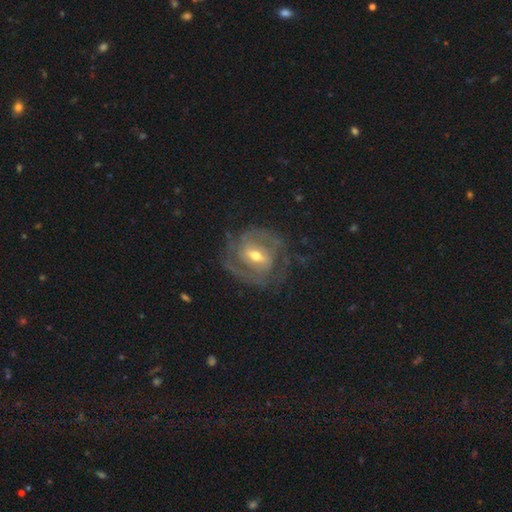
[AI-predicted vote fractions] Smooth or featured?
  - featured or disk: 84% *
  - smooth: 8%
  - star or artifact: 7%
Edge-on disk?
  - no: 97% *
  - yes: 3%
Bar?
  - weak: 45% *
  - strong: 34%
  - no: 21%
Spiral arms?
  - yes: 93% *
  - no: 7%
Spiral winding?
  - tight: 53% *
  - medium: 37%
  - loose: 10%
Spiral arm count?
  - 2: 52% *
  - can't tell: 20%
  - 3: 15%
  - 4: 4%
  - 1: 4%
  - more than 4: 4%
Bulge size?
  - moderate: 59% *
  - small: 36%
  - large: 3%
  - none: 1%
  - dominant: 1%
Merging?
  - none: 73% *
  - minor disturbance: 16%
  - major disturbance: 10%
  - merger: 1%